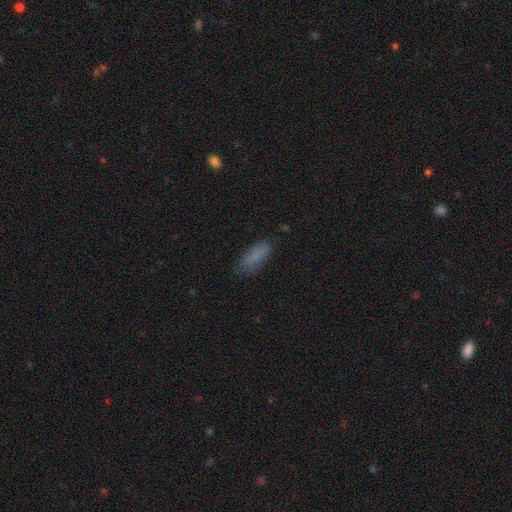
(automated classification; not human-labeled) Q: Smooth or featured?
A: smooth (82%); runner-up: star or artifact (9%)
Q: How rounded?
A: in between (59%); runner-up: cigar-shaped (39%)
Q: Merging?
A: none (70%); runner-up: minor disturbance (21%)